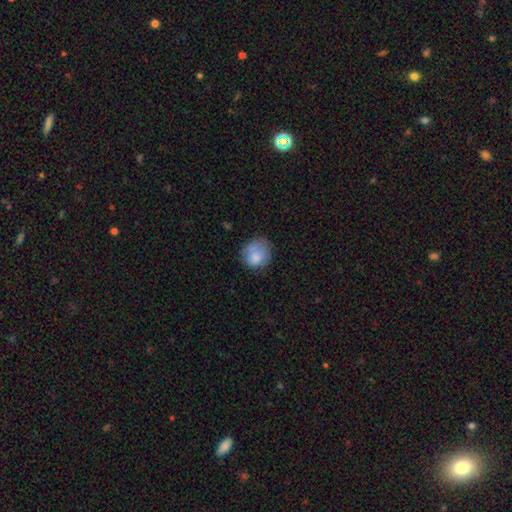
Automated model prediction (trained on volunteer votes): This appears to be a smooth galaxy with no disk features (83%) that is round (77%). Merging: none (63%).